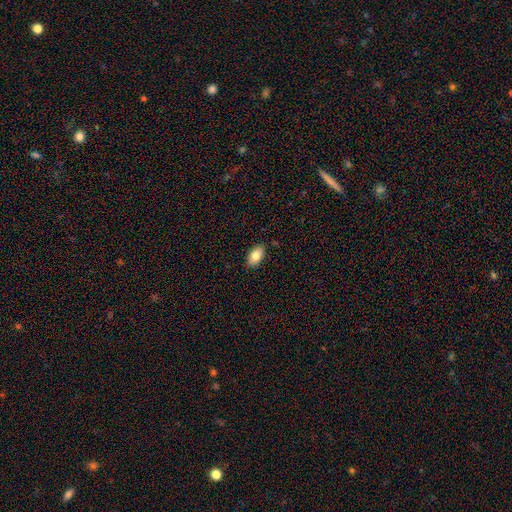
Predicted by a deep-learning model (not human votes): smooth 80%, featured or disk 13%, star or artifact 7%. Down the decision tree: how rounded — in between (92%); merging — none (87%).